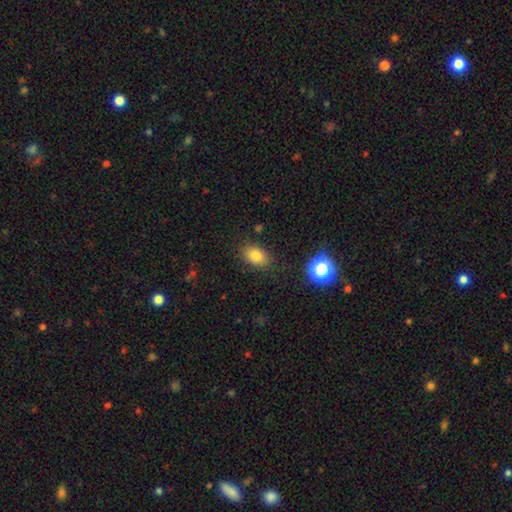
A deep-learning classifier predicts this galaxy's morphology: This is likely a smooth galaxy (80%). How rounded: likely in between (80%). Merging: clearly none (84%).